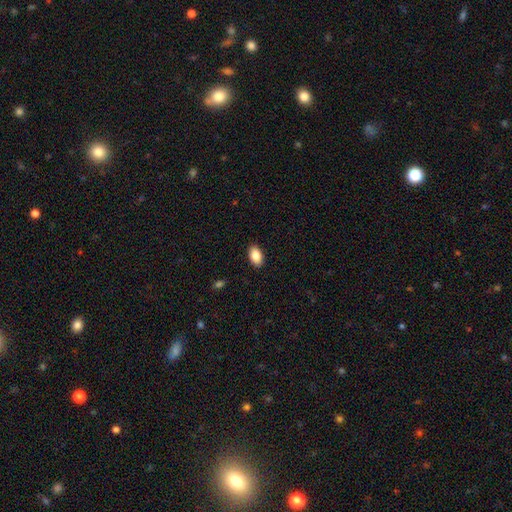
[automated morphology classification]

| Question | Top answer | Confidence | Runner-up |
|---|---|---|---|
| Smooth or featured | smooth | 88% | star or artifact (7%) |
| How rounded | in between | 93% | round (5%) |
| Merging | none | 89% | minor disturbance (8%) |